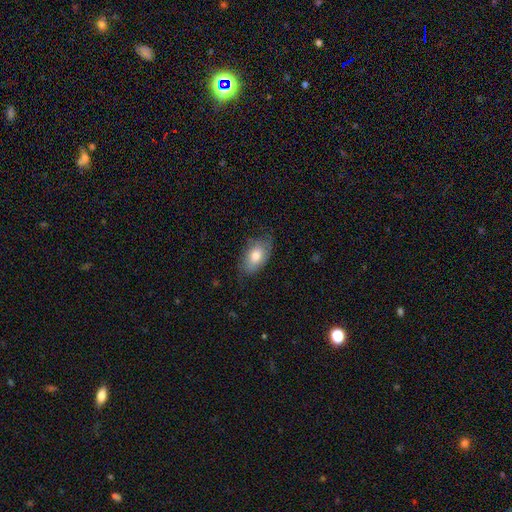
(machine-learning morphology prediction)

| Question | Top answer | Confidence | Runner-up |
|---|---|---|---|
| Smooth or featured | smooth | 76% | featured or disk (18%) |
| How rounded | in between | 92% | round (6%) |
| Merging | none | 65% | minor disturbance (27%) |